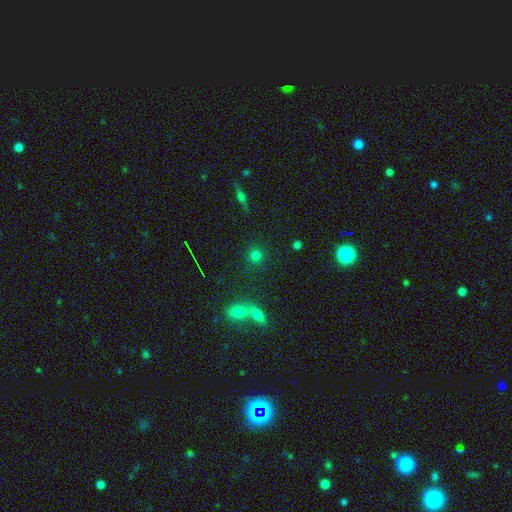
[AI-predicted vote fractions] Smooth or featured?
  - smooth: 75% *
  - star or artifact: 18%
  - featured or disk: 7%
How rounded?
  - round: 88% *
  - in between: 10%
  - cigar-shaped: 2%
Merging?
  - none: 80% *
  - merger: 10%
  - minor disturbance: 7%
  - major disturbance: 3%